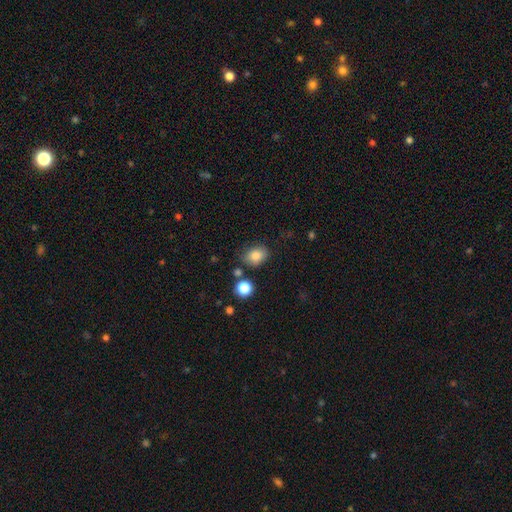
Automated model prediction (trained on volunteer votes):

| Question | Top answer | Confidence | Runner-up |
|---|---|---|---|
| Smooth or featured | smooth | 83% | star or artifact (10%) |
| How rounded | in between | 65% | round (34%) |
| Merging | none | 76% | minor disturbance (14%) |